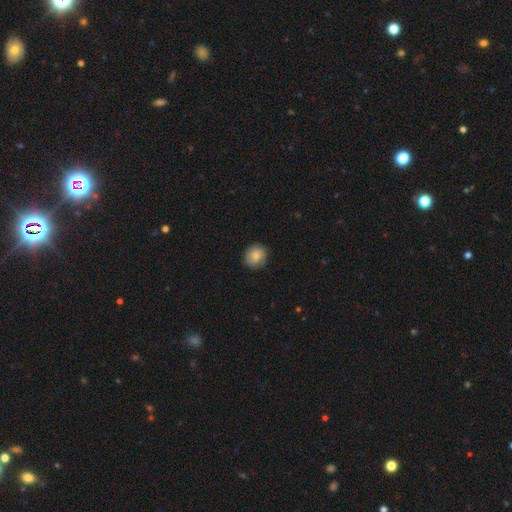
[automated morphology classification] A smooth galaxy with no disk features (80%) that is round (86%). Merging: none (86%).